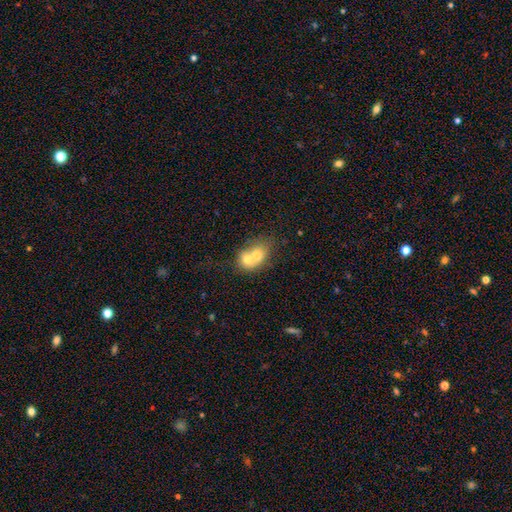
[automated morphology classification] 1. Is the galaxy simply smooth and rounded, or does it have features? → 65% smooth, 25% featured or disk, 10% star or artifact.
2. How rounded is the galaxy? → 51% round, 47% in between, 1% cigar-shaped.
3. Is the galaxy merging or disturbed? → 72% merger, 19% none, 6% minor disturbance, 3% major disturbance.